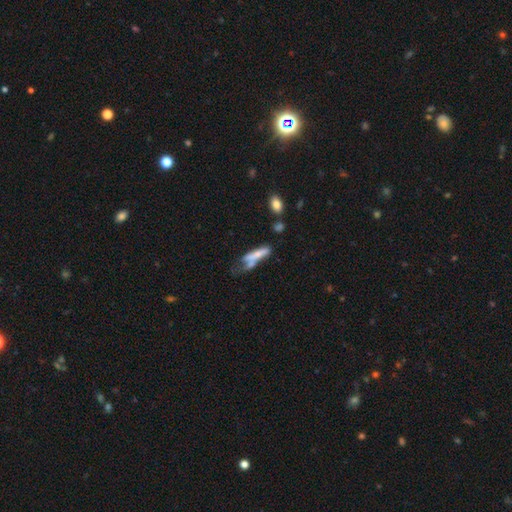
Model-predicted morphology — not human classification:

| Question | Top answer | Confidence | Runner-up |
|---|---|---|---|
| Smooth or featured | smooth | 59% | featured or disk (33%) |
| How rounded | cigar-shaped | 71% | in between (27%) |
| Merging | none | 28% | merger (27%) |